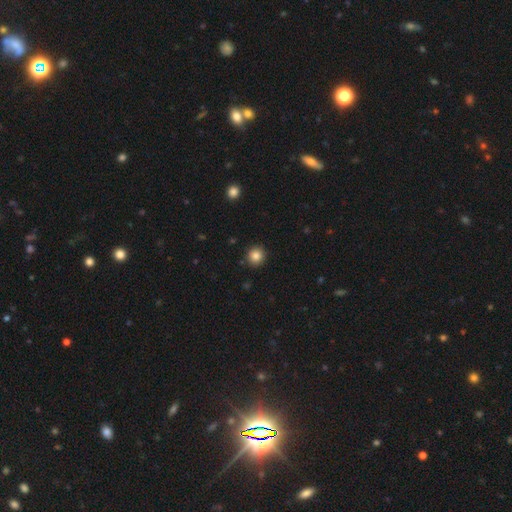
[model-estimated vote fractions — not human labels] Overall: smooth (84%). How rounded: round (92%). Merging: none (91%).